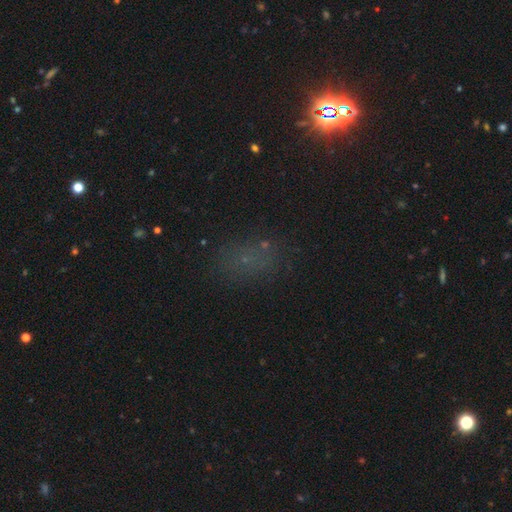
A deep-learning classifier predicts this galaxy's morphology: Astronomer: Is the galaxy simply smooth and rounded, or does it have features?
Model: star or artifact — 44% (runner-up: smooth, 42%).